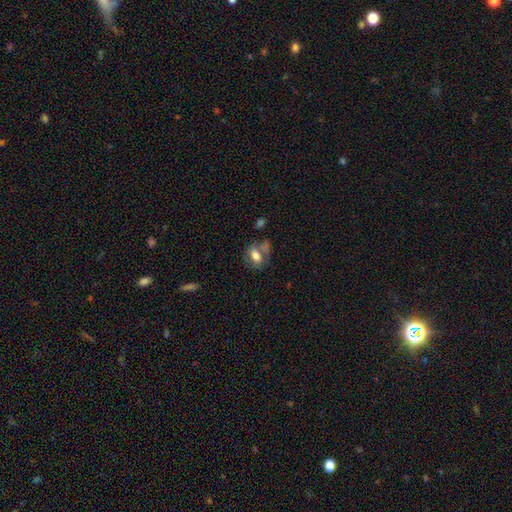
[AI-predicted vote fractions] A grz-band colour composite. It shows a smooth galaxy with no disk features (67%) that is in between round and cigar-shaped (79%). Merging: none (47%).